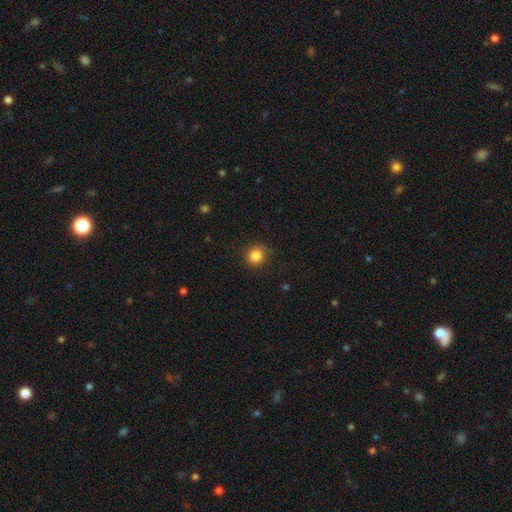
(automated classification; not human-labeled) Smooth or featured? Predicted: smooth (p=0.84). How rounded? Predicted: round (p=0.89). Merging? Predicted: none (p=0.78).